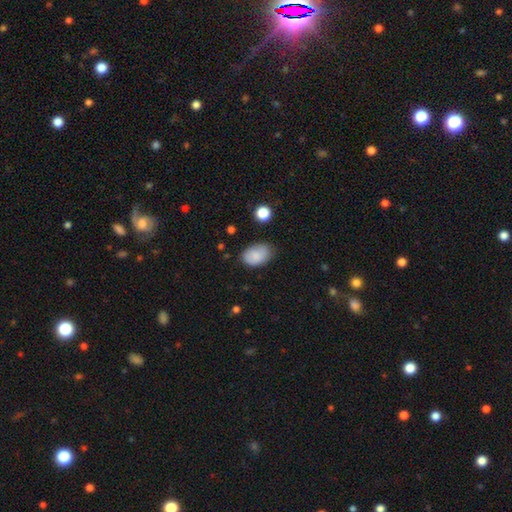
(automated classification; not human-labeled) Smooth or featured? Predicted: smooth (p=0.84). How rounded? Predicted: in between (p=0.87). Merging? Predicted: none (p=0.70).